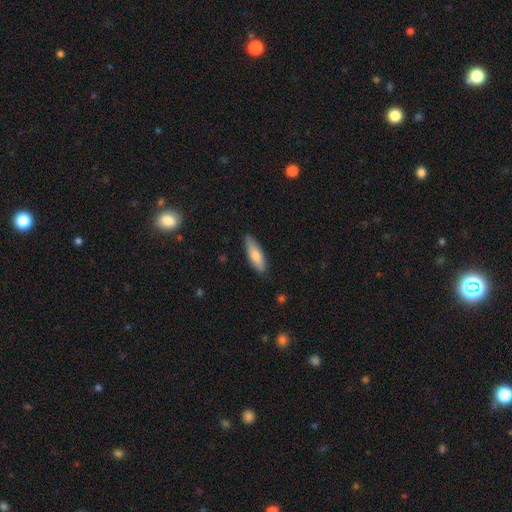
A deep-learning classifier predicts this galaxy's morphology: type=smooth (77%); roundness=in between (52%); merging=none (83%).